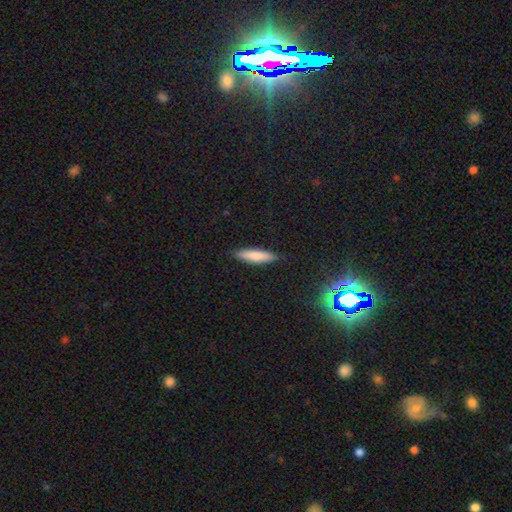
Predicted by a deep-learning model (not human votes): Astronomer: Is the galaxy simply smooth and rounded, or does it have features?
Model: smooth — 81%.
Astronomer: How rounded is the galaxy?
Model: cigar-shaped — 72%.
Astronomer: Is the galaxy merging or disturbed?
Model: none — 87%.